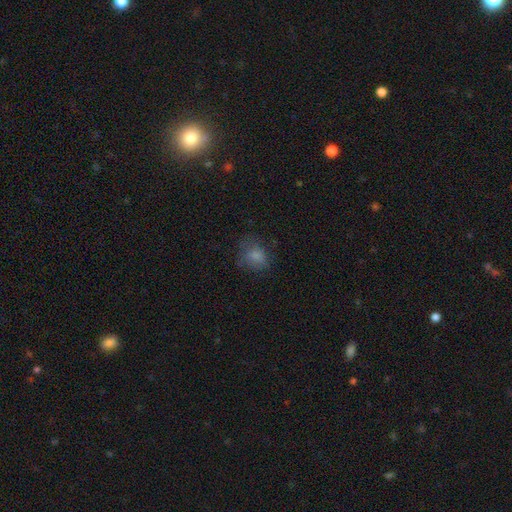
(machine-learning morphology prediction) Smooth or featured? Predicted: smooth (p=0.75). How rounded? Predicted: round (p=0.54). Merging? Predicted: none (p=0.59).